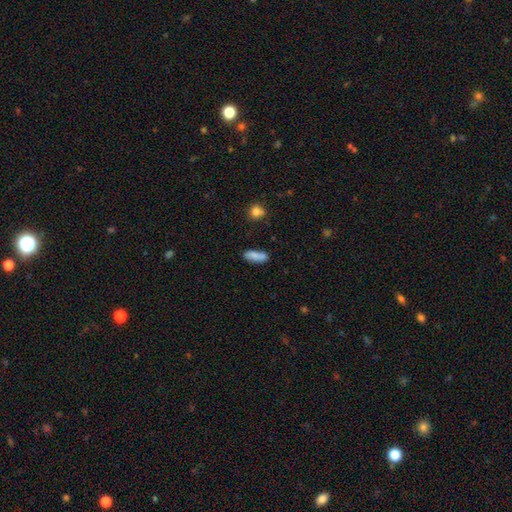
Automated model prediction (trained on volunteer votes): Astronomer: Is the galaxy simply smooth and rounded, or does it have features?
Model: smooth — 81%.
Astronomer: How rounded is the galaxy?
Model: in between — 66%.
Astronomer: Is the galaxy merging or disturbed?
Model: none — 72%.